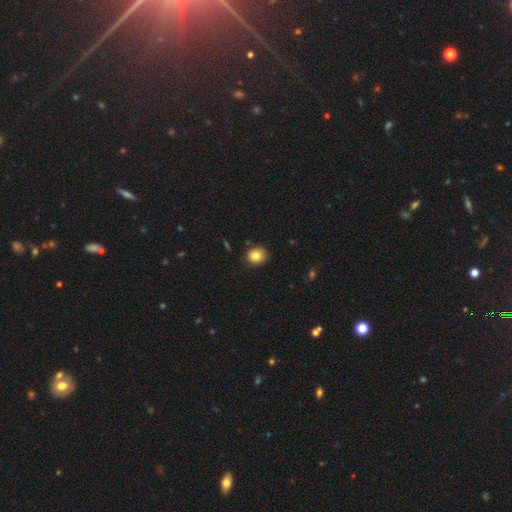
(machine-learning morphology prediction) The model was most divided on "how rounded": round: 70%, in between: 29%, cigar-shaped: 1%. More confident: smooth or featured — smooth (85%); merging — none (84%).